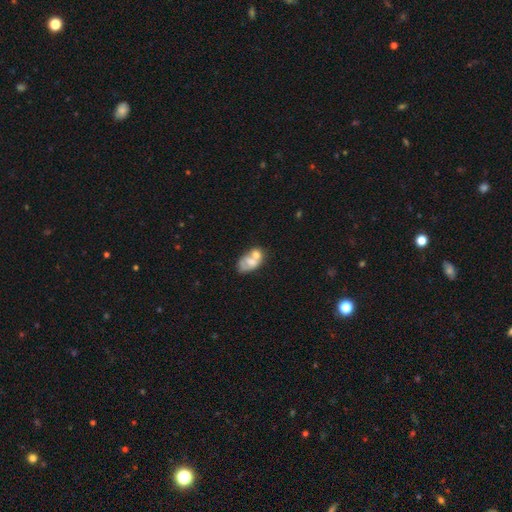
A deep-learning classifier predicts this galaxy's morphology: smooth 54%, featured or disk 27%, star or artifact 19%. Down the decision tree: how rounded — in between (76%); merging — none (41%).